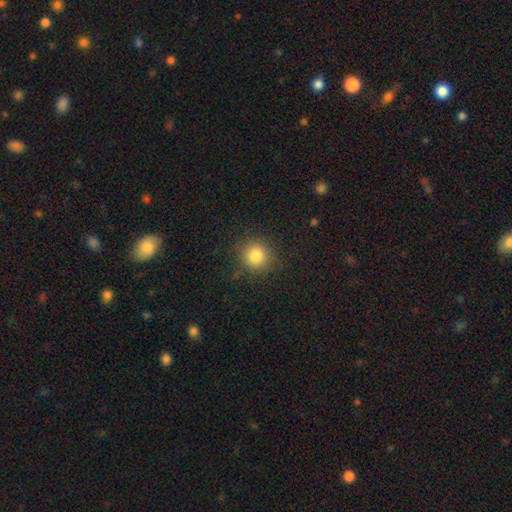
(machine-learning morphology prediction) A smooth galaxy with no disk features (82%) that is round (91%). Merging: none (86%).